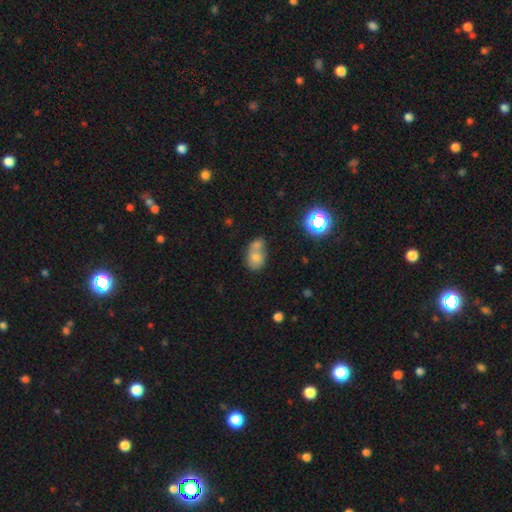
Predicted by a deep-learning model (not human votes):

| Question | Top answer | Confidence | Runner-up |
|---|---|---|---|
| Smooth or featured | smooth | 68% | featured or disk (17%) |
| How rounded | in between | 65% | round (34%) |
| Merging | merger | 59% | none (25%) |